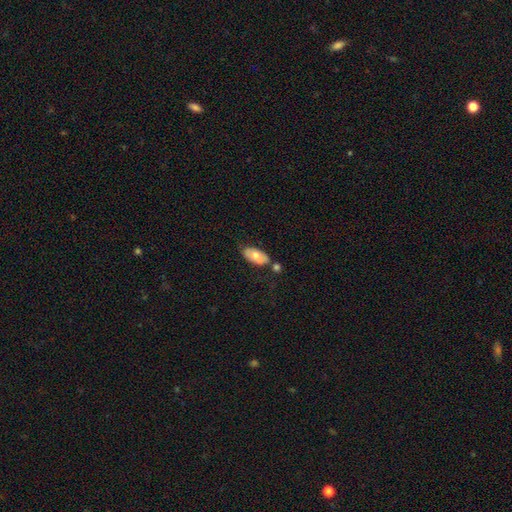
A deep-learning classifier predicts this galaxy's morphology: smooth-or-featured: smooth: 60% | featured or disk: 34% | star or artifact: 6%
  how-rounded: in between: 92% | cigar-shaped: 4% | round: 4%
  merging: none: 61% | minor disturbance: 18% | merger: 17% | major disturbance: 5%